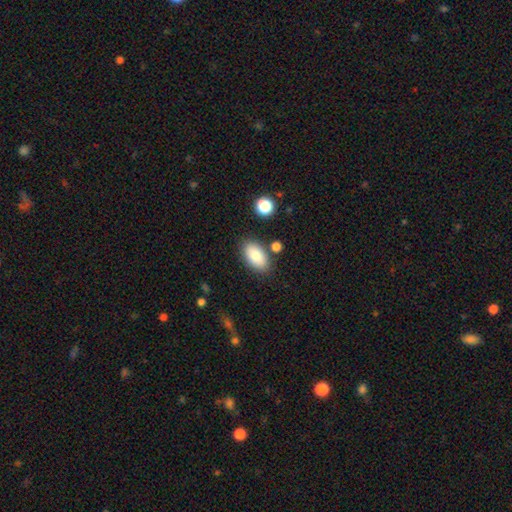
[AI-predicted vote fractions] Overall: smooth (82%). How rounded: in between (93%). Merging: none (80%).